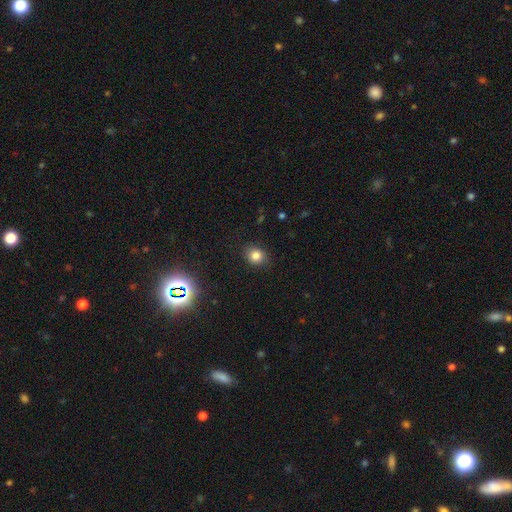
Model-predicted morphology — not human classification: Smooth or featured?
  - smooth: 81% *
  - star or artifact: 13%
  - featured or disk: 6%
How rounded?
  - round: 68% *
  - in between: 31%
  - cigar-shaped: 1%
Merging?
  - none: 86% *
  - minor disturbance: 10%
  - major disturbance: 3%
  - merger: 1%